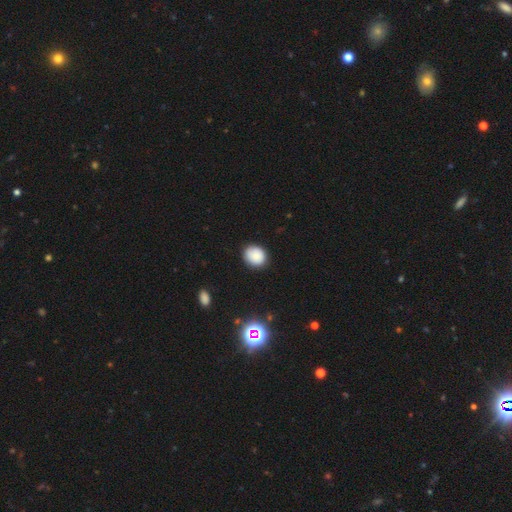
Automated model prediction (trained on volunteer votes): This is clearly a smooth galaxy (85%). How rounded: likely round (67%). Merging: clearly none (85%).